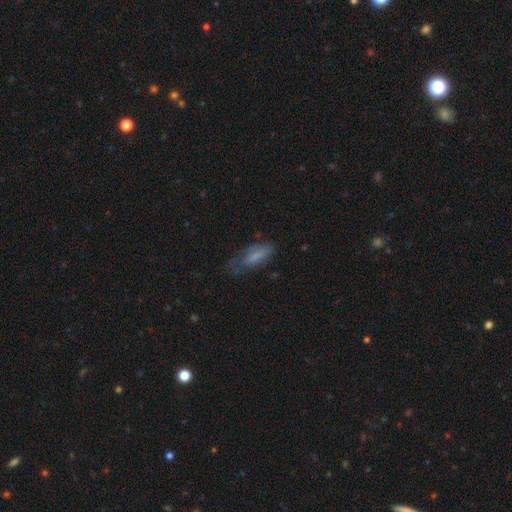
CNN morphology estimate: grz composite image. It shows a smooth galaxy with no disk features (64%) that is in between round and cigar-shaped (71%). Merging: none (46%).